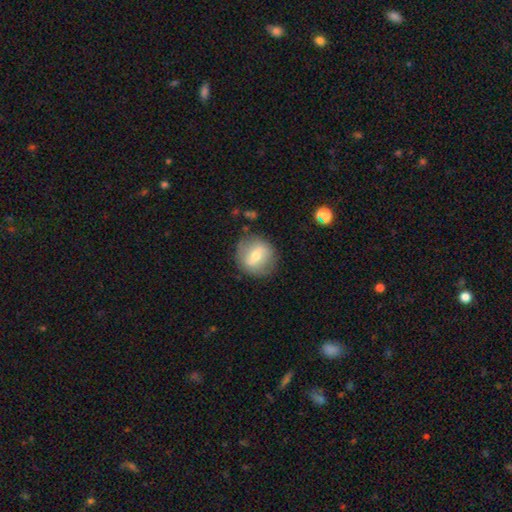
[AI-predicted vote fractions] Overall: smooth (49%; featured or disk 44%). Merging: none (80%).